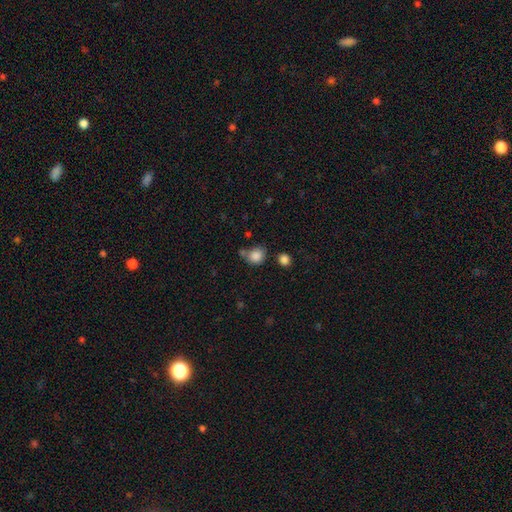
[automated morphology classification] A smooth galaxy with no disk features (85%) that is round (75%). Merging: none (60%).